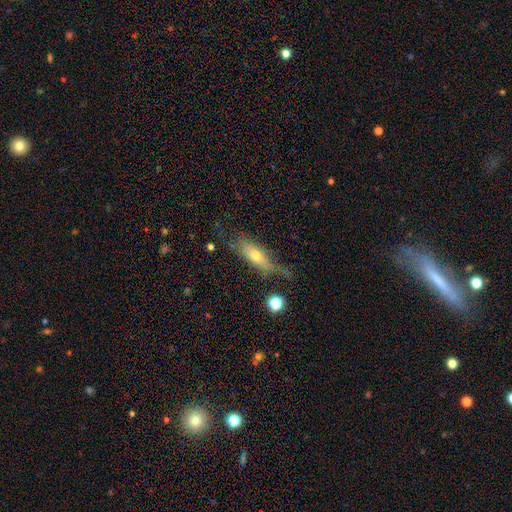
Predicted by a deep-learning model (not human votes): Overall: smooth (48%; featured or disk 43%). Merging: none (53%; minor disturbance 29%).